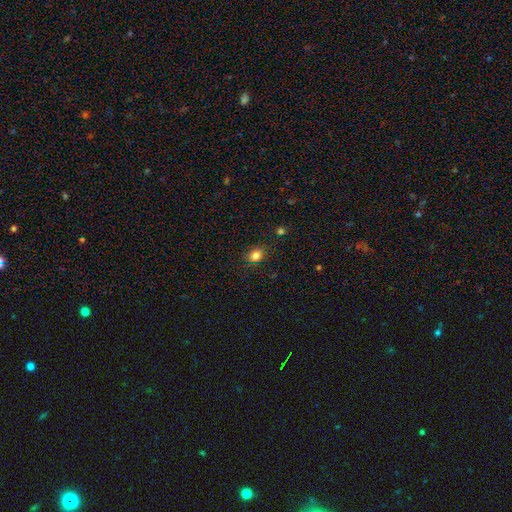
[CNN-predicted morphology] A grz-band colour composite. It shows a smooth galaxy with no disk features (82%) that is in between round and cigar-shaped (51%). Merging: none (84%).